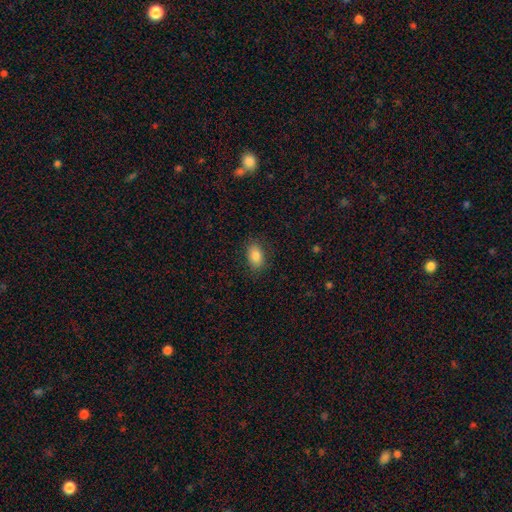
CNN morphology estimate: Overall: smooth (84%). How rounded: in between (88%). Merging: none (85%).